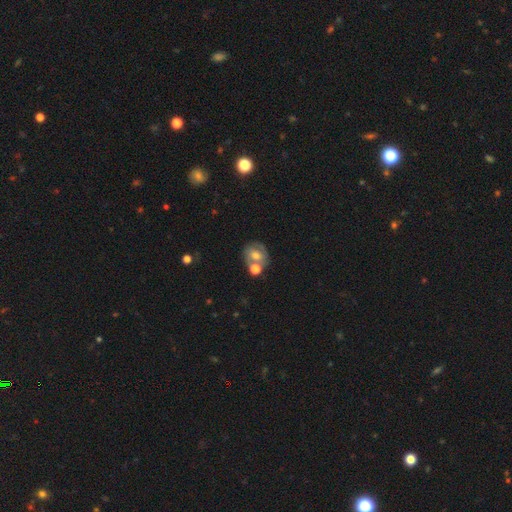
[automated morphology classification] Smooth or featured? Predicted: smooth (p=0.56). How rounded? Predicted: round (p=0.72). Merging? Predicted: none (p=0.47).